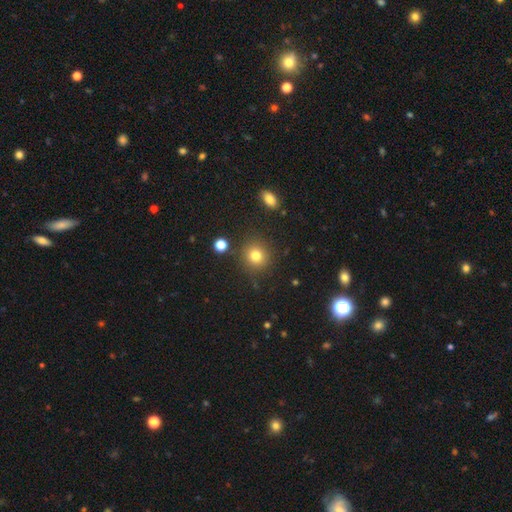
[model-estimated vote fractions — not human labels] smooth_or_featured: smooth (p=0.79) [alt: star or artifact p=0.13]
how_rounded: round (p=0.90) [alt: in between p=0.10]
merging: none (p=0.87) [alt: minor disturbance p=0.07]